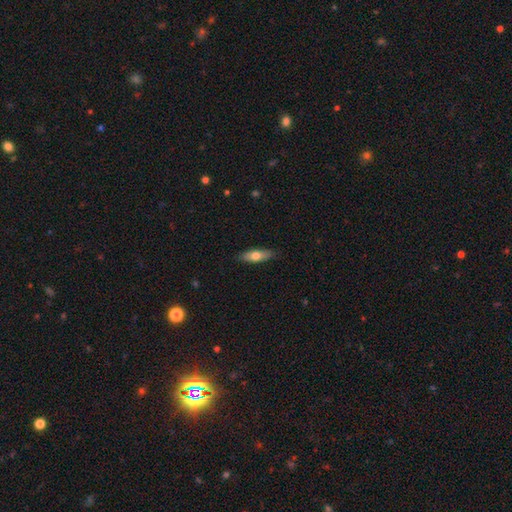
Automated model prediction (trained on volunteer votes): The model was most divided on "how rounded": in between: 51%, cigar-shaped: 46%, round: 3%. More confident: merging — none (87%); smooth or featured — smooth (66%).